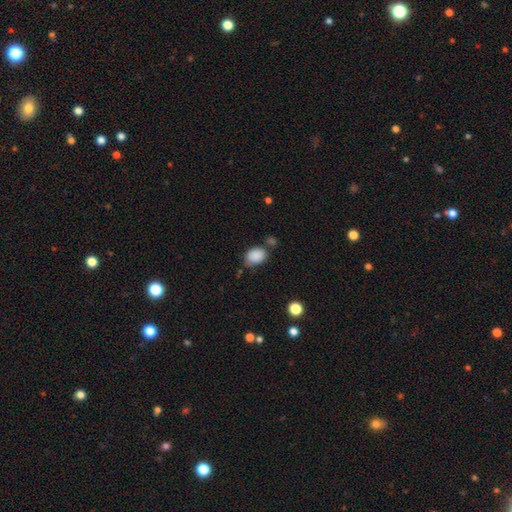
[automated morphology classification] Smooth or featured? Predicted: smooth (p=0.88). How rounded? Predicted: in between (p=0.71). Merging? Predicted: none (p=0.63).